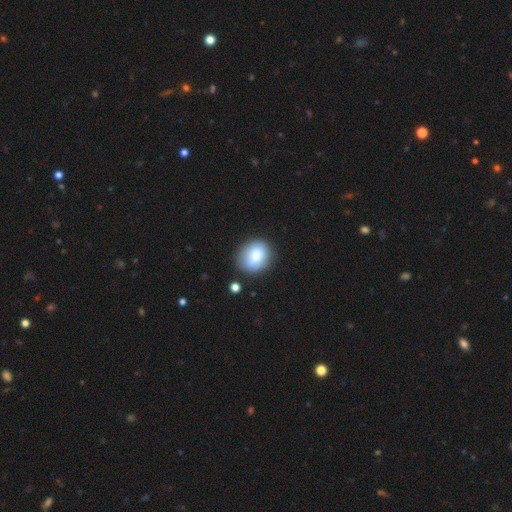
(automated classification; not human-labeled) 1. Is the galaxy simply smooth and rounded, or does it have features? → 78% smooth, 13% featured or disk, 8% star or artifact.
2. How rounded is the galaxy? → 66% round, 33% in between, 1% cigar-shaped.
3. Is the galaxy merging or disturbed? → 78% none, 15% minor disturbance, 4% major disturbance, 4% merger.